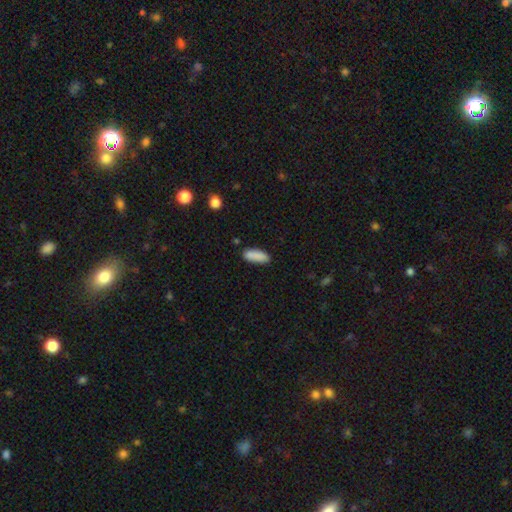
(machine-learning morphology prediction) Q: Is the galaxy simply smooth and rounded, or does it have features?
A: smooth — 89%.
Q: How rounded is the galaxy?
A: in between — 64%.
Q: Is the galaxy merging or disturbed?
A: none — 84%.